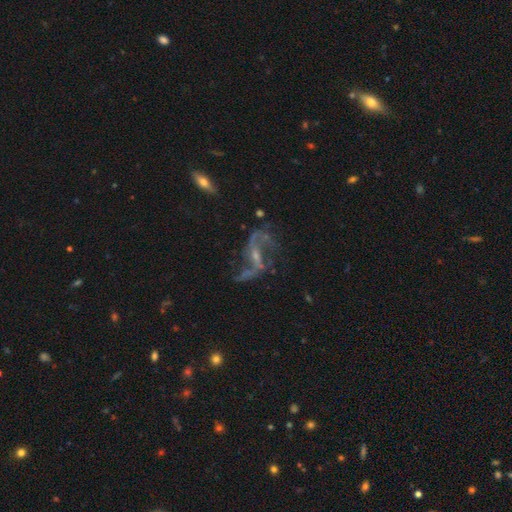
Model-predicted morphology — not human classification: smooth_or_featured: featured or disk (p=0.84) [alt: star or artifact p=0.10]
disk_edge_on: no (p=0.95) [alt: yes p=0.05]
bar: weak (p=0.42) [alt: no p=0.36]
has_spiral_arms: yes (p=0.92) [alt: no p=0.08]
spiral_winding: loose (p=0.78) [alt: medium p=0.17]
spiral_arm_count: 2 (p=0.86) [alt: can't tell p=0.04]
bulge_size: small (p=0.65) [alt: moderate p=0.22]
merging: none (p=0.60) [alt: major disturbance p=0.18]